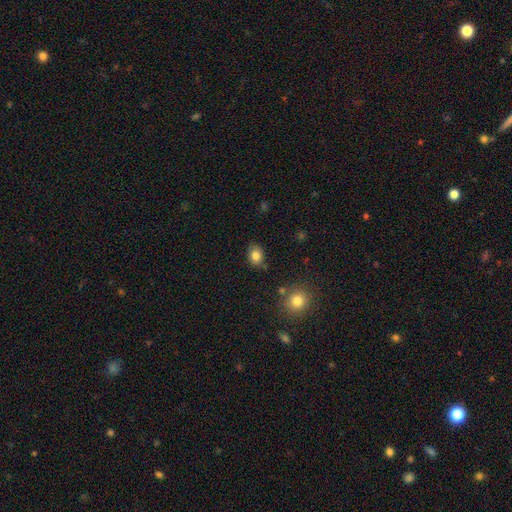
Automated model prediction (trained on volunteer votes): smooth 83%, star or artifact 10%, featured or disk 7%. Down the decision tree: how rounded — in between (50%); merging — none (80%).